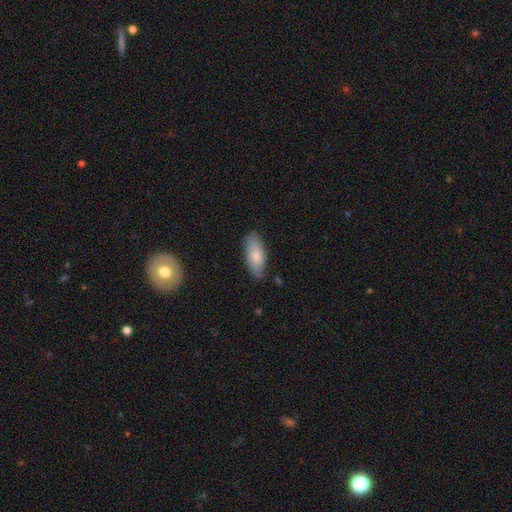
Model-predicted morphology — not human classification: A smooth galaxy with no disk features (78%) that is in between round and cigar-shaped (82%).

Vote fractions:
- Smooth or featured? smooth: 78% / featured or disk: 16% / star or artifact: 6%
- How rounded? in between: 82% / cigar-shaped: 16% / round: 2%
- Merging? none: 78% / minor disturbance: 17% / major disturbance: 3% / merger: 2%